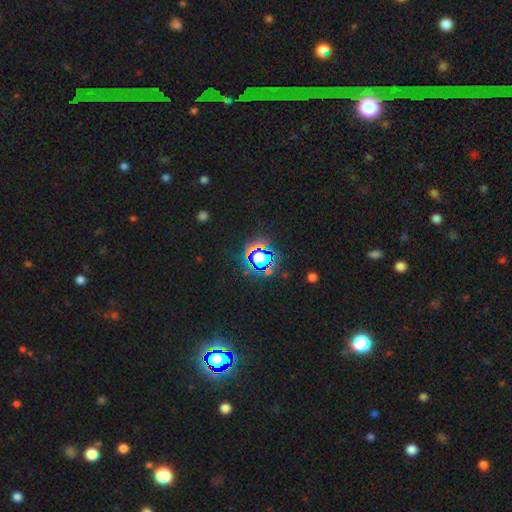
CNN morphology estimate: Smooth or featured: star or artifact — 62% (smooth — 27%)